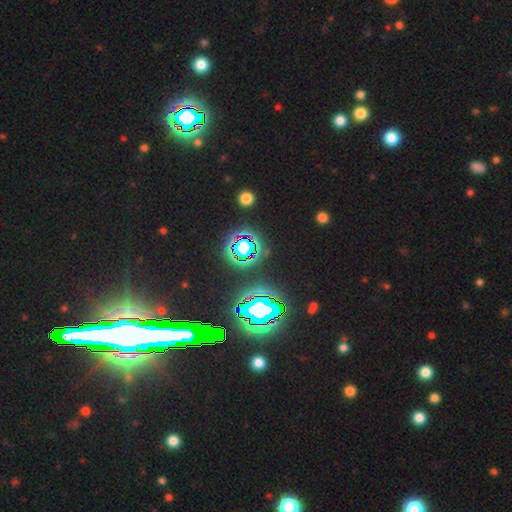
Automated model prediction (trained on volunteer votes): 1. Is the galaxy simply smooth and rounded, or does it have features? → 80% star or artifact, 11% featured or disk, 9% smooth.